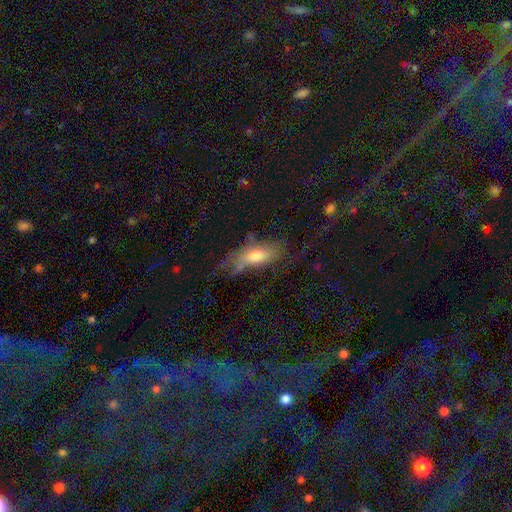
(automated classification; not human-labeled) smooth 59%, featured or disk 32%, star or artifact 9%. Down the decision tree: how rounded — in between (73%); merging — none (40%).